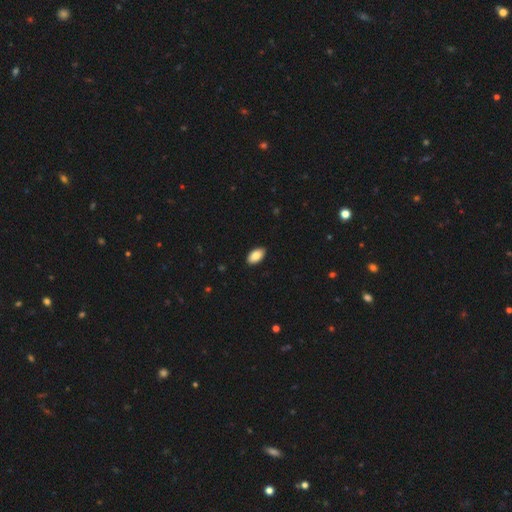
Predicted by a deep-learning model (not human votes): A smooth galaxy with no disk features (88%) that is in between round and cigar-shaped (95%).

Vote fractions:
- Smooth or featured? smooth: 88% / star or artifact: 7% / featured or disk: 6%
- How rounded? in between: 95% / round: 3% / cigar-shaped: 2%
- Merging? none: 89% / minor disturbance: 9% / major disturbance: 2% / merger: 1%